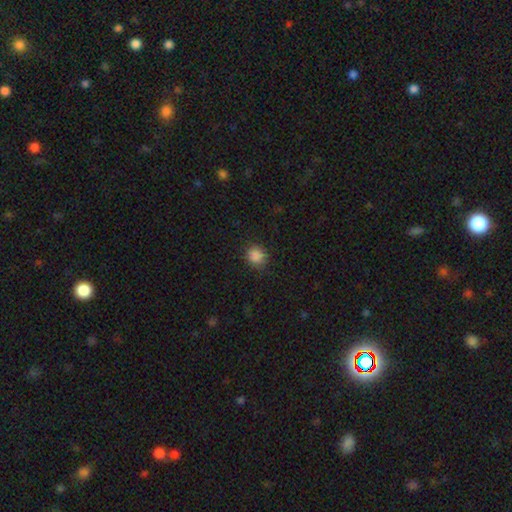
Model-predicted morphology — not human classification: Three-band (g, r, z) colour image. It shows a smooth galaxy with no disk features (86%) that is round (84%). Merging: none (85%).